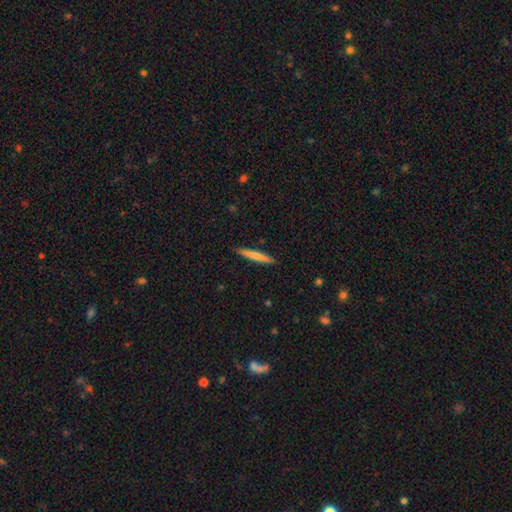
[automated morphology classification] Overall: smooth (68%). How rounded: cigar-shaped (95%). Merging: none (91%).